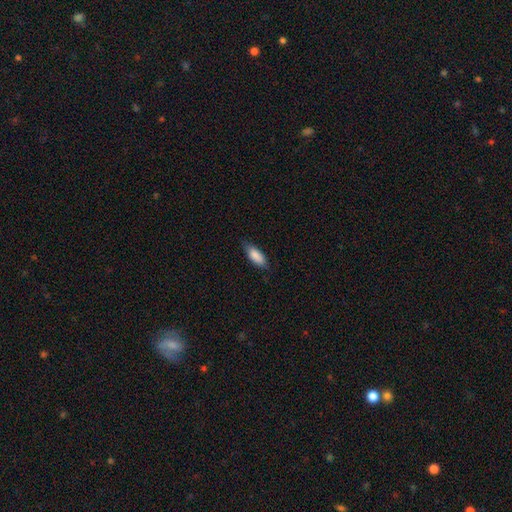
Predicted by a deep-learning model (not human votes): This appears to be a smooth galaxy with no disk features (87%) that is in between round and cigar-shaped (75%). Merging: none (78%).